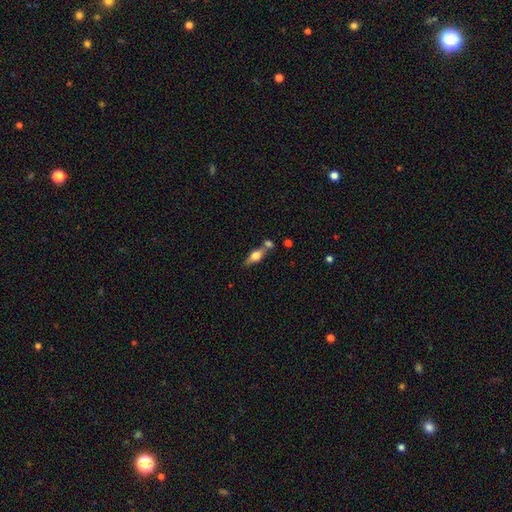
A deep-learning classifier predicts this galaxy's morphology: Smooth or featured? smooth (49%)
Merging? none (53%)